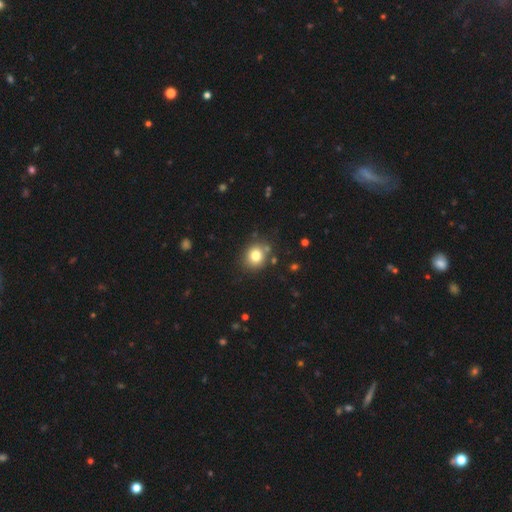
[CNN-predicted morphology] smooth-or-featured: smooth: 80% | star or artifact: 12% | featured or disk: 9%
  how-rounded: round: 76% | in between: 24% | cigar-shaped: 1%
  merging: none: 81% | minor disturbance: 10% | merger: 5% | major disturbance: 3%